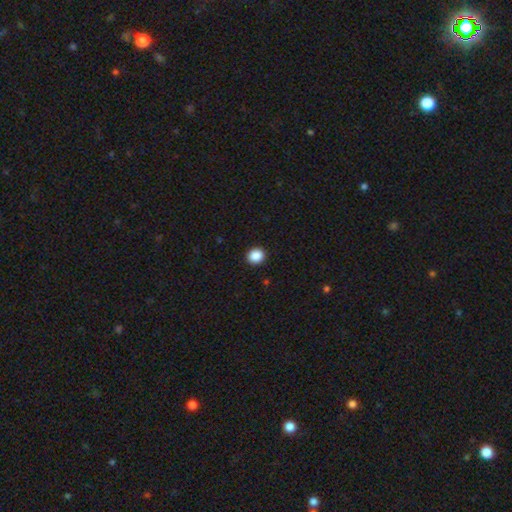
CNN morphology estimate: The model was most divided on "how rounded": round: 77%, in between: 22%, cigar-shaped: 1%. More confident: merging — none (92%); smooth or featured — smooth (89%).